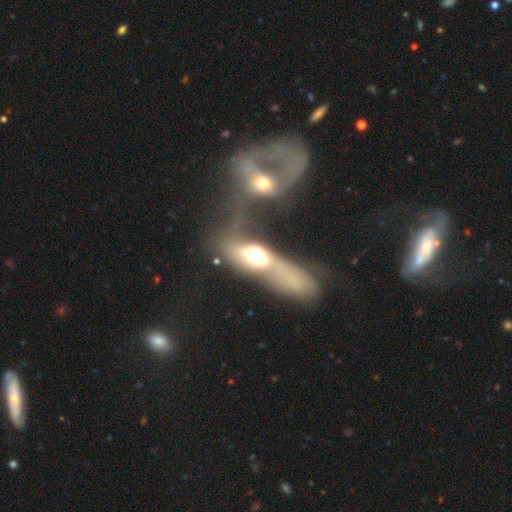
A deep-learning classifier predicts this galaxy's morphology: This appears to be a featured or disk galaxy (45%, tied with smooth). Merging: major disturbance (33%).